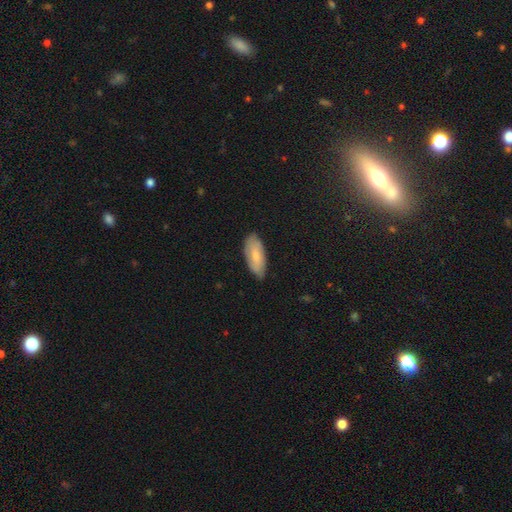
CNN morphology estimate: The model was most divided on "smooth or featured": smooth: 70%, featured or disk: 24%, star or artifact: 6%. More confident: how rounded — in between (84%); merging — none (80%).